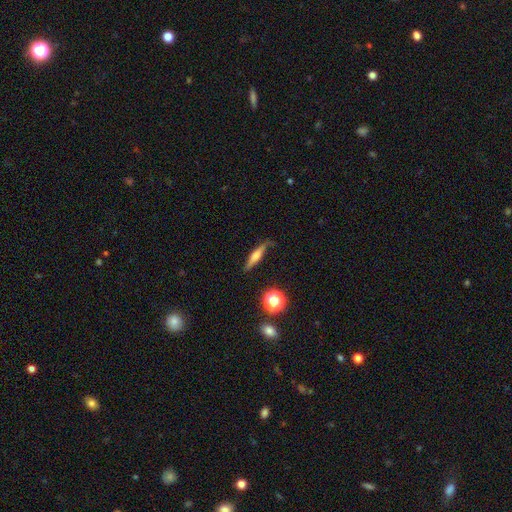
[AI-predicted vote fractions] Smooth or featured: featured or disk — 47% (smooth — 43%)
Merging: none — 74% (minor disturbance — 19%)